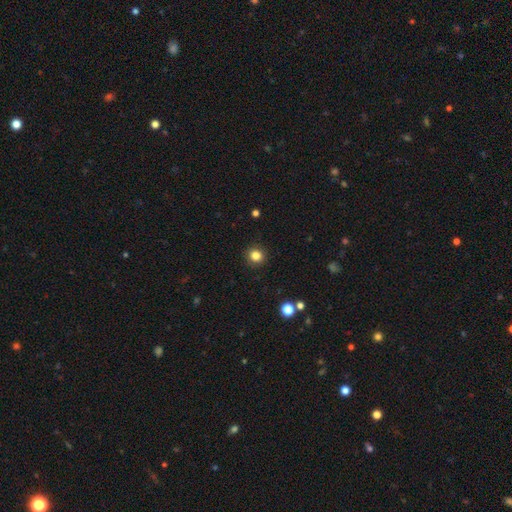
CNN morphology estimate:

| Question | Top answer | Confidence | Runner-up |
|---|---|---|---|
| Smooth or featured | smooth | 83% | star or artifact (12%) |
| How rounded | round | 91% | in between (8%) |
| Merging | none | 92% | minor disturbance (5%) |